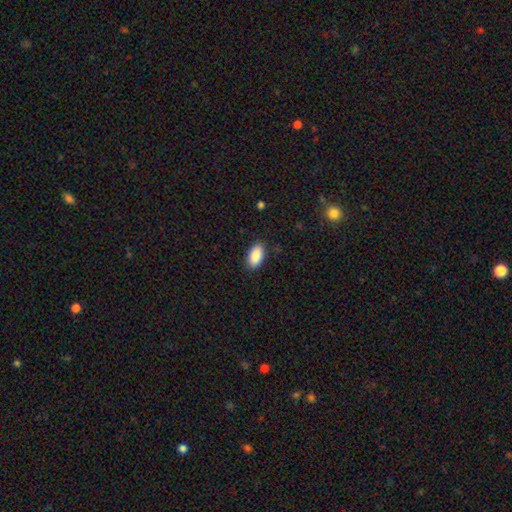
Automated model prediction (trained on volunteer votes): smooth 90%, star or artifact 7%, featured or disk 3%. Down the decision tree: how rounded — in between (94%); merging — none (88%).